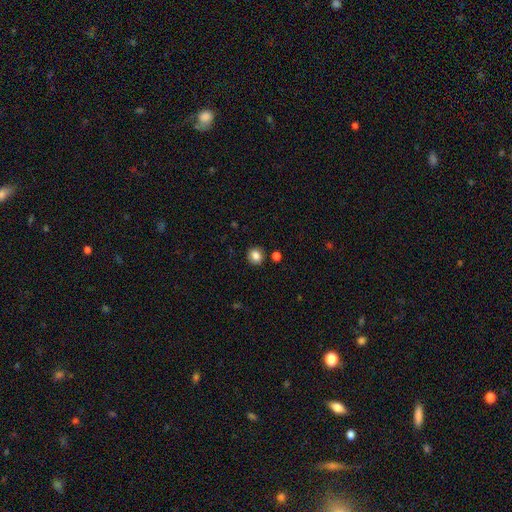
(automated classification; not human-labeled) smooth 84%, star or artifact 10%, featured or disk 6%. Down the decision tree: how rounded — round (83%); merging — none (87%).